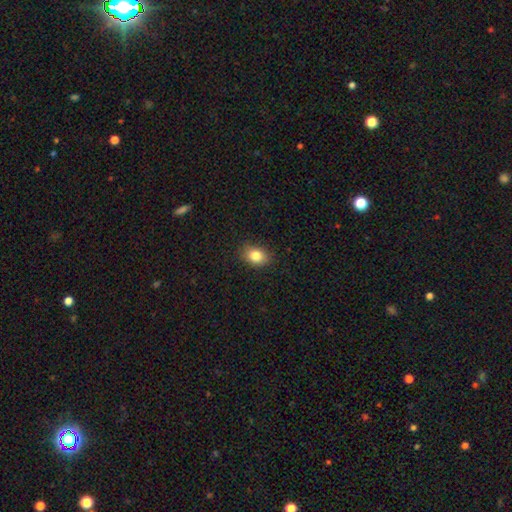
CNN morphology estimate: smooth_or_featured: smooth (p=0.83) [alt: star or artifact p=0.10]
how_rounded: in between (p=0.69) [alt: round p=0.30]
merging: none (p=0.86) [alt: minor disturbance p=0.11]